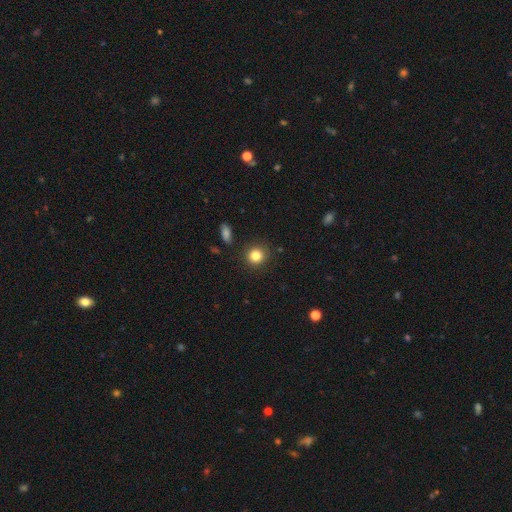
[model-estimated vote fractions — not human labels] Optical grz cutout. It shows a smooth galaxy with no disk features (84%) that is round (89%). Merging: none (87%).